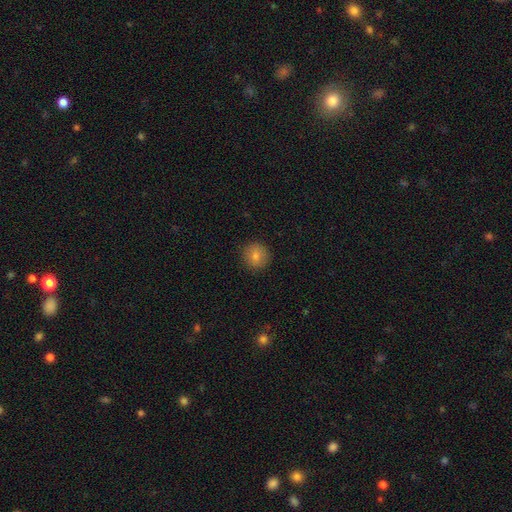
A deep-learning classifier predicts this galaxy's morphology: Smooth or featured?
  - smooth: 81% *
  - star or artifact: 10%
  - featured or disk: 9%
How rounded?
  - round: 91% *
  - in between: 8%
  - cigar-shaped: 1%
Merging?
  - none: 90% *
  - minor disturbance: 7%
  - major disturbance: 2%
  - merger: 1%